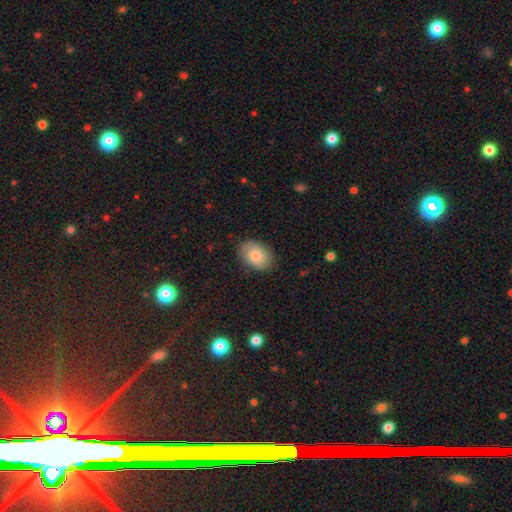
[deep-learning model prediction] Smooth or featured: smooth — 80% (featured or disk — 13%)
How rounded: in between — 80% (round — 19%)
Merging: none — 84% (minor disturbance — 13%)